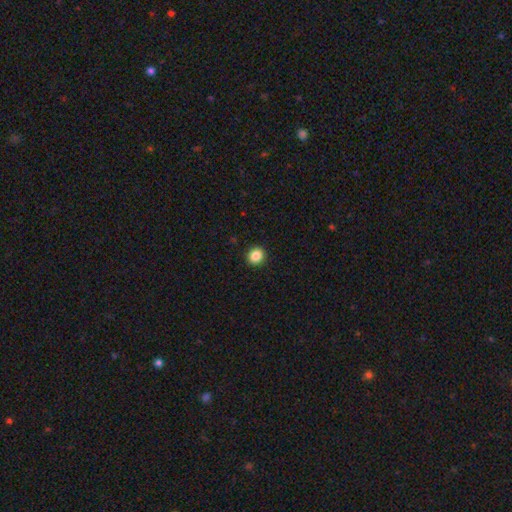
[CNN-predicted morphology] smooth_or_featured: smooth (p=0.86) [alt: star or artifact p=0.10]
how_rounded: round (p=0.86) [alt: in between p=0.13]
merging: none (p=0.93) [alt: minor disturbance p=0.05]